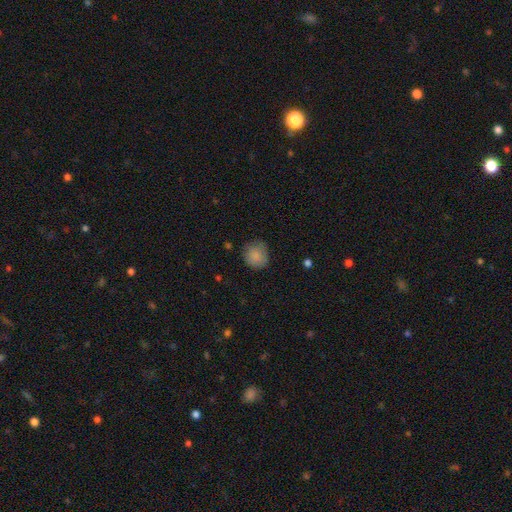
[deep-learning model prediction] smooth-or-featured: smooth: 85% | star or artifact: 8% | featured or disk: 7%
  how-rounded: round: 84% | in between: 15% | cigar-shaped: 1%
  merging: none: 73% | minor disturbance: 21% | major disturbance: 4% | merger: 1%